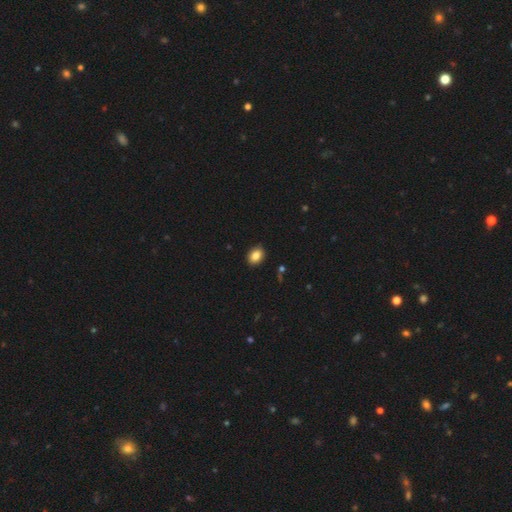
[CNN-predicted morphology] type=smooth (85%); roundness=in between (68%); merging=none (90%).